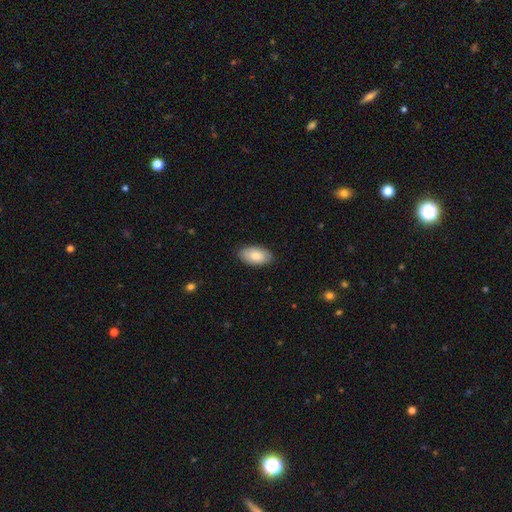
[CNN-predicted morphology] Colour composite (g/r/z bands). It shows a smooth galaxy with no disk features (83%) that is in between round and cigar-shaped (95%). Merging: none (86%).